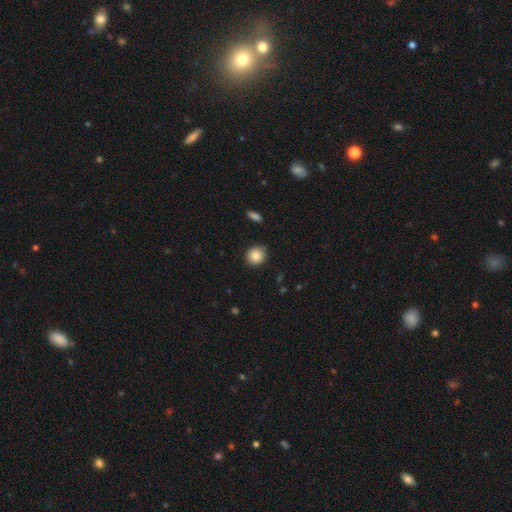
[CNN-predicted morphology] This is clearly a smooth galaxy (86%). How rounded: clearly round (88%). Merging: clearly none (87%).